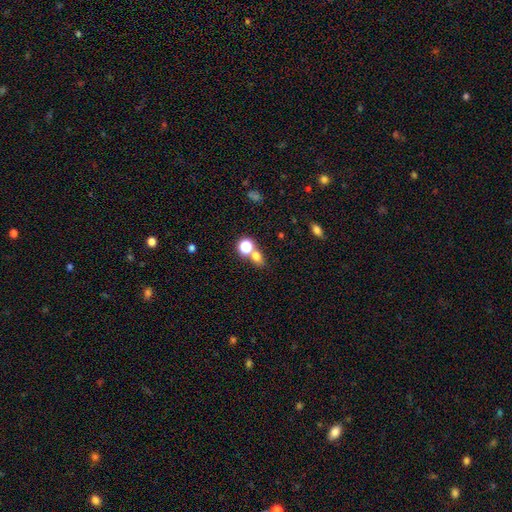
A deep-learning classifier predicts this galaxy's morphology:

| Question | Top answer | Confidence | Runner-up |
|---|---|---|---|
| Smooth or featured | smooth | 70% | star or artifact (21%) |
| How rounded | round | 49% | in between (48%) |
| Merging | none | 52% | merger (34%) |